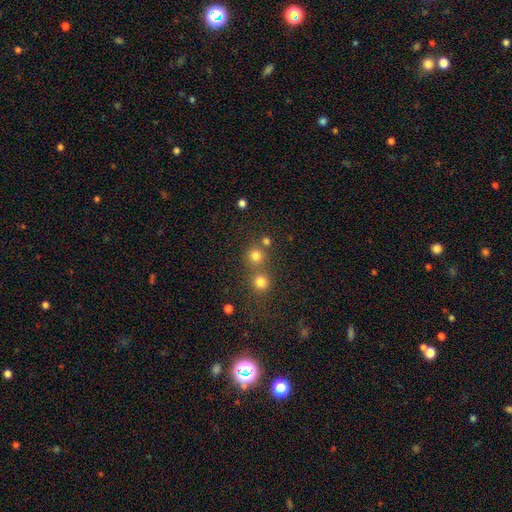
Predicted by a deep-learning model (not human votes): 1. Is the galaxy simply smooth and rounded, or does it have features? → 76% smooth, 17% star or artifact, 7% featured or disk.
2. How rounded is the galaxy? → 90% round, 9% in between, 1% cigar-shaped.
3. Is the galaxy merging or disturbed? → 62% none, 29% merger, 6% minor disturbance, 3% major disturbance.